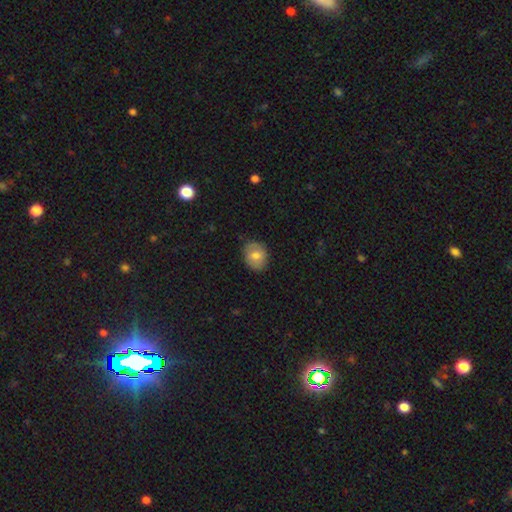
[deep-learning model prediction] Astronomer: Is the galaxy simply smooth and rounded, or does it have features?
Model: smooth — 73%.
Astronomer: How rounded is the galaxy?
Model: round — 50% (runner-up: in between, 49%).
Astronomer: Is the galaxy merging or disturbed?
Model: none — 82%.